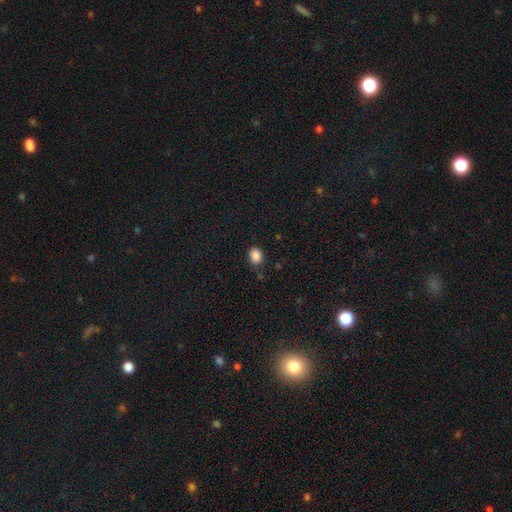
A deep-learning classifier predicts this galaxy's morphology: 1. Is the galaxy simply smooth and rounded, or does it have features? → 87% smooth, 10% star or artifact, 3% featured or disk.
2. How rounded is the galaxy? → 54% in between, 45% round, 1% cigar-shaped.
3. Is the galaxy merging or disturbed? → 83% none, 12% minor disturbance, 3% major disturbance, 2% merger.